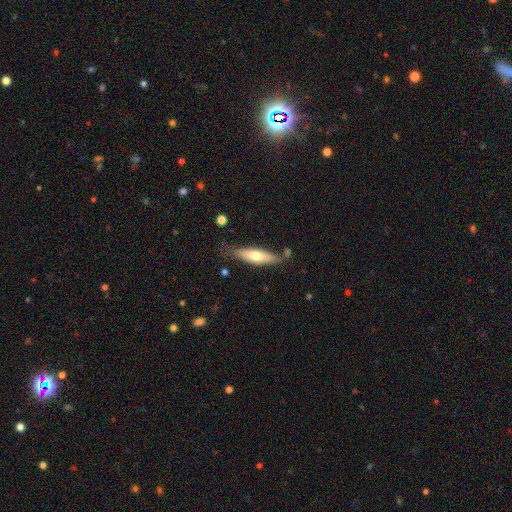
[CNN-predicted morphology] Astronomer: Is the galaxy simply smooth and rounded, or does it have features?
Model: smooth — 59% (runner-up: featured or disk, 36%).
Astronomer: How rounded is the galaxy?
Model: cigar-shaped — 60% (runner-up: in between, 38%).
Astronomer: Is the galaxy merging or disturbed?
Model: none — 72%.